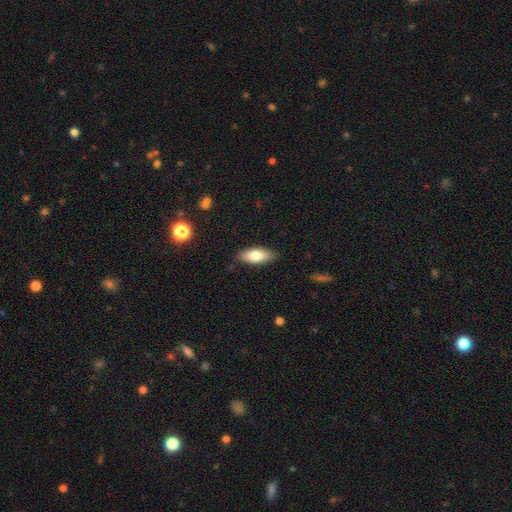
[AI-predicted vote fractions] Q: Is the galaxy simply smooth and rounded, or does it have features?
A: smooth — 77%.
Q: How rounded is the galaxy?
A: in between — 80%.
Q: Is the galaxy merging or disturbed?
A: none — 85%.